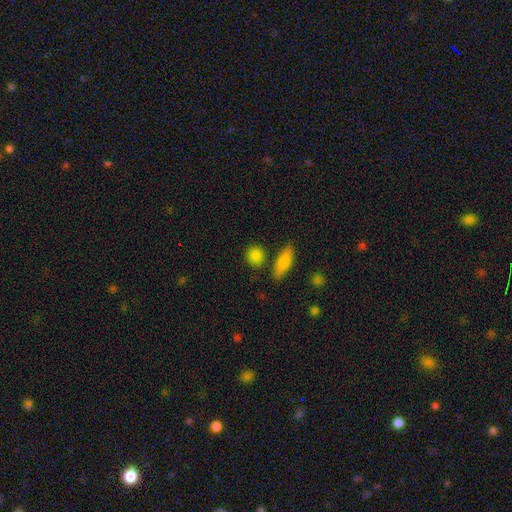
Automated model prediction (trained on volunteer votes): Smooth or featured? Predicted: smooth (p=0.86). How rounded? Predicted: round (p=0.70). Merging? Predicted: none (p=0.79).